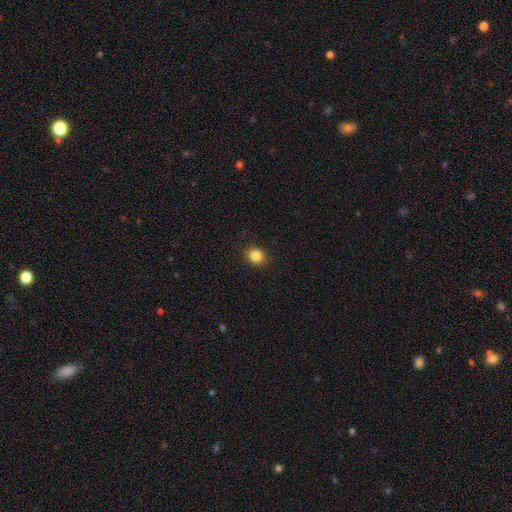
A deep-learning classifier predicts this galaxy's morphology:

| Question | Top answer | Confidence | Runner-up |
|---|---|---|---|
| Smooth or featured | smooth | 85% | star or artifact (11%) |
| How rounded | round | 74% | in between (25%) |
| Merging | none | 91% | minor disturbance (6%) |